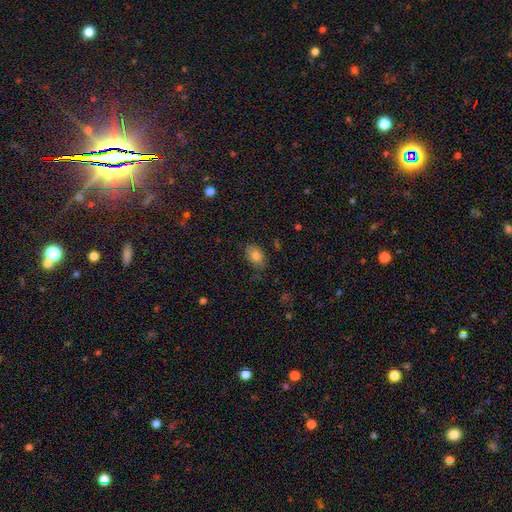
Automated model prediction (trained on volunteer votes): smooth 81%, featured or disk 10%, star or artifact 9%. Down the decision tree: how rounded — in between (78%); merging — none (70%).